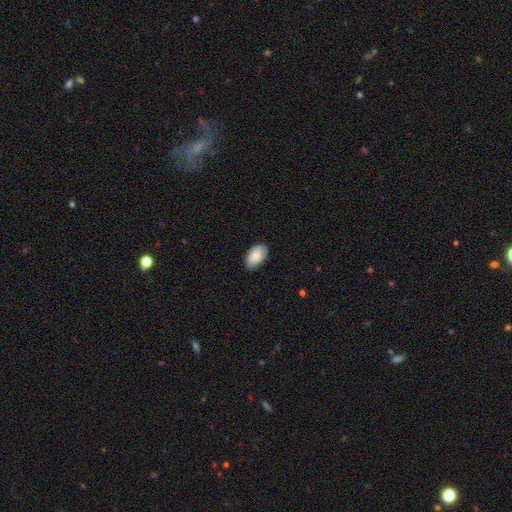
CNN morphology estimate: smooth_or_featured: smooth (p=0.80) [alt: featured or disk p=0.14]
how_rounded: in between (p=0.94) [alt: round p=0.05]
merging: none (p=0.77) [alt: minor disturbance p=0.20]